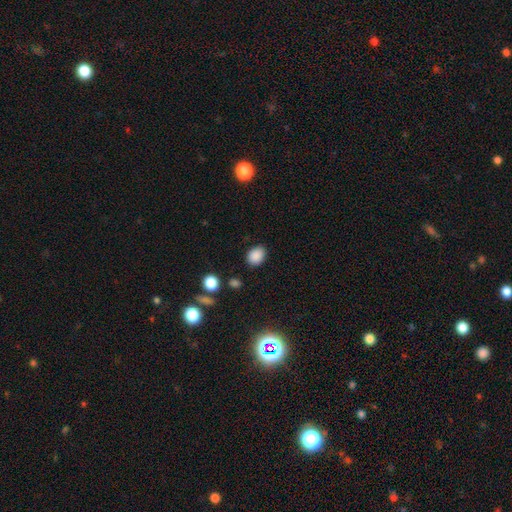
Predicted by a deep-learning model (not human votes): Smooth or featured: smooth — 87% (star or artifact — 10%)
How rounded: in between — 64% (round — 35%)
Merging: none — 84% (minor disturbance — 11%)